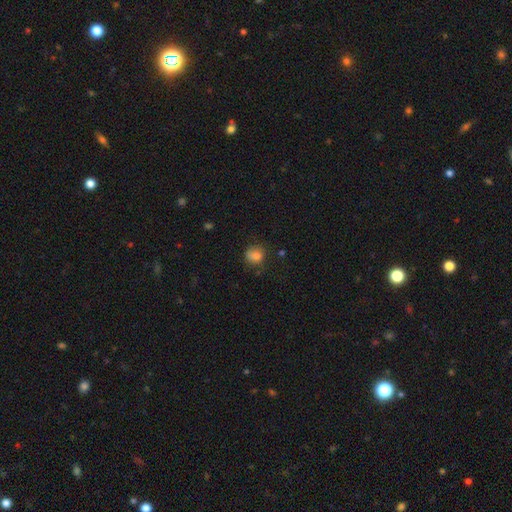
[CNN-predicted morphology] A smooth galaxy with no disk features (78%) that is round (72%).

Vote fractions:
- Smooth or featured? smooth: 78% / star or artifact: 12% / featured or disk: 10%
- How rounded? round: 72% / in between: 27% / cigar-shaped: 1%
- Merging? none: 65% / minor disturbance: 24% / major disturbance: 7% / merger: 4%